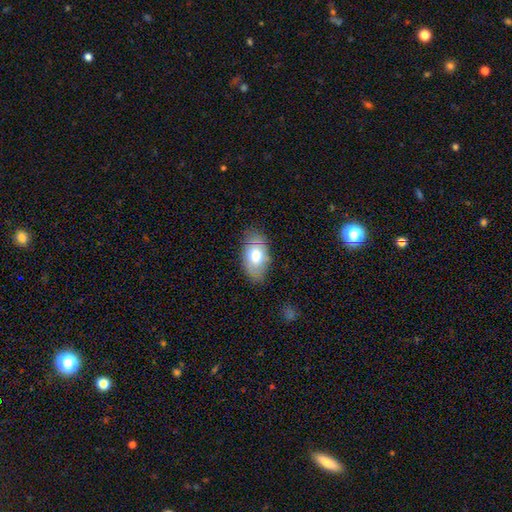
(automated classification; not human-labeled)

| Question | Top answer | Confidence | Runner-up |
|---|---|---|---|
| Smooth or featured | smooth | 70% | featured or disk (23%) |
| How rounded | in between | 92% | round (6%) |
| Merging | none | 78% | minor disturbance (17%) |